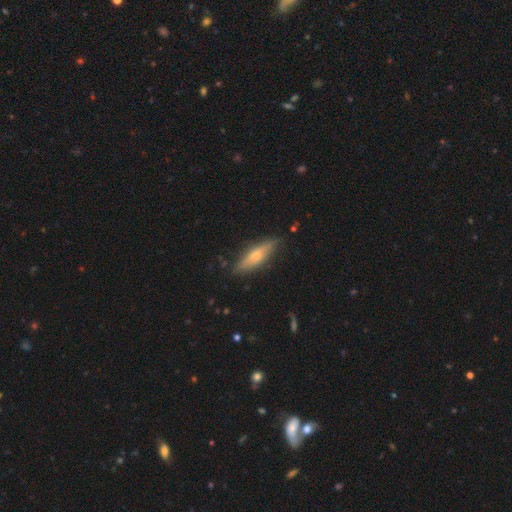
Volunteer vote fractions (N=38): Smooth or featured?
  - featured or disk: 61% *
  - smooth: 34%
  - star or artifact: 5%
Edge-on disk?
  - yes: 83% *
  - no: 17%
Edge-on bulge?
  - rounded: 74% *
  - boxy: 16%
  - none: 11%
Merging?
  - none: 86% *
  - minor disturbance: 11%
  - major disturbance: 3%
  - merger: 0%